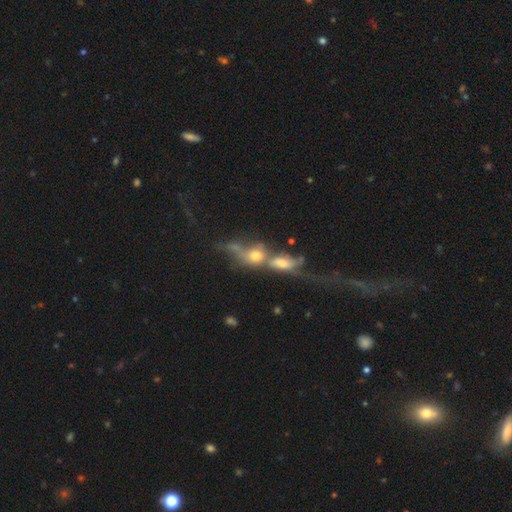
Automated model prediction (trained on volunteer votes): smooth_or_featured: featured or disk (p=0.44) [alt: smooth p=0.41]
merging: merger (p=0.77) [alt: major disturbance p=0.10]